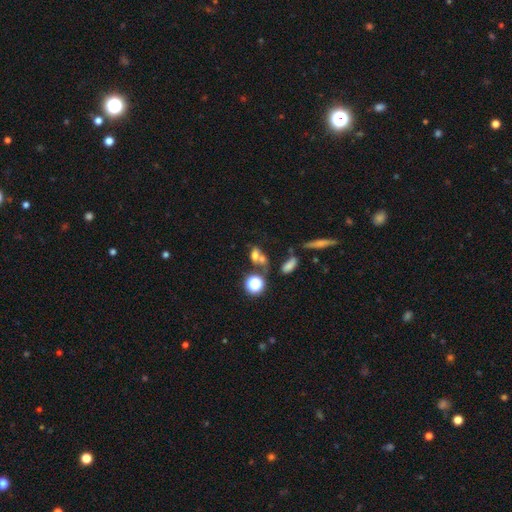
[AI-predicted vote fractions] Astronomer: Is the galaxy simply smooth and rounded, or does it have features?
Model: smooth — 60%.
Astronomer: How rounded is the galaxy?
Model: in between — 60%.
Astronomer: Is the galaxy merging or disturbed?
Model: merger — 45% (runner-up: none, 35%).